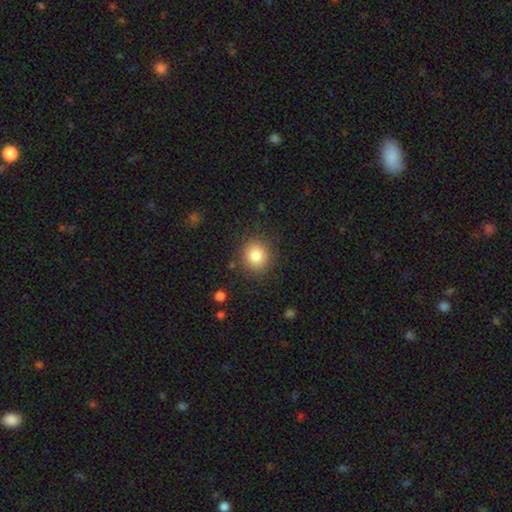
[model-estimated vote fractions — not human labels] Q: Smooth or featured?
A: smooth (83%); runner-up: star or artifact (10%)
Q: How rounded?
A: round (84%); runner-up: in between (15%)
Q: Merging?
A: none (86%); runner-up: minor disturbance (9%)